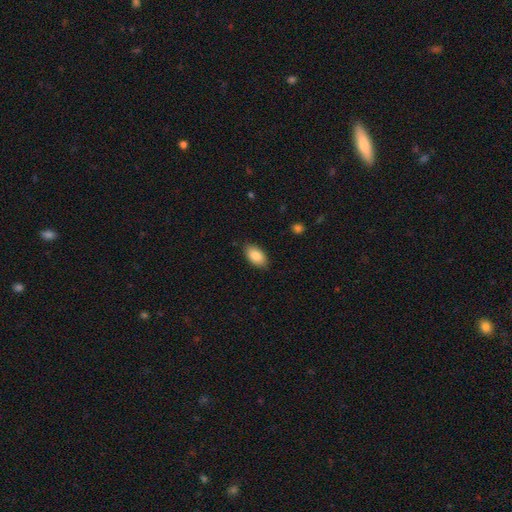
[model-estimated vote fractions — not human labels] Smooth or featured: smooth — 88% (star or artifact — 6%)
How rounded: in between — 94% (round — 3%)
Merging: none — 85% (minor disturbance — 11%)